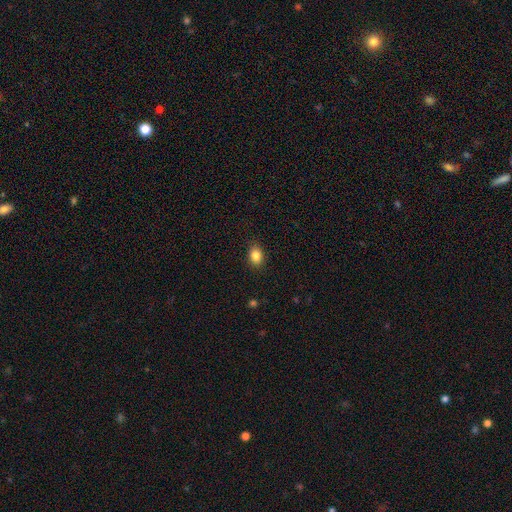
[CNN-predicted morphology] A smooth galaxy with no disk features (85%) that is in between round and cigar-shaped (67%). Merging: none (88%).